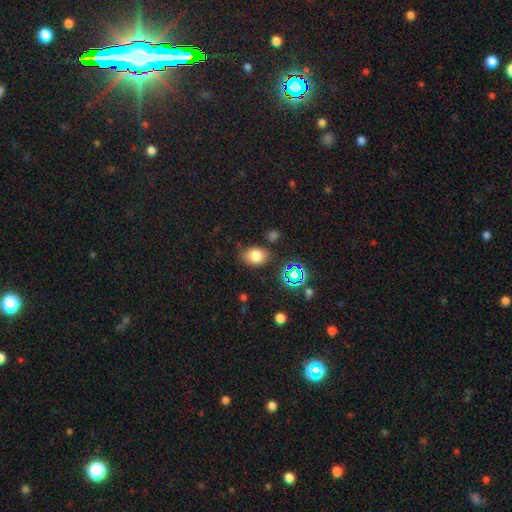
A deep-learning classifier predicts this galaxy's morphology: Q: Smooth or featured?
A: smooth (77%); runner-up: star or artifact (15%)
Q: How rounded?
A: in between (73%); runner-up: round (26%)
Q: Merging?
A: none (75%); runner-up: minor disturbance (16%)